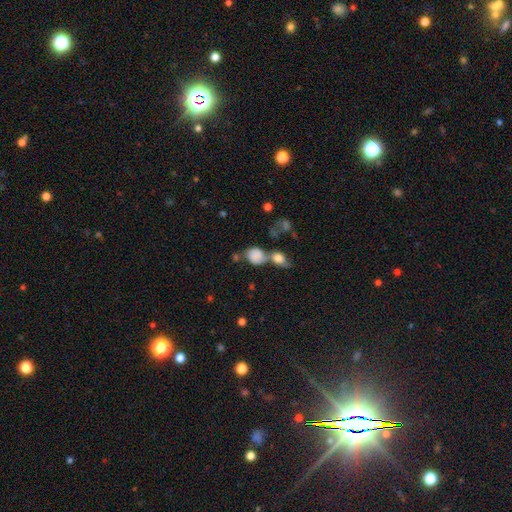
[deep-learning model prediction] smooth_or_featured: smooth (p=0.77) [alt: featured or disk p=0.13]
how_rounded: round (p=0.61) [alt: in between p=0.37]
merging: merger (p=0.44) [alt: none p=0.33]